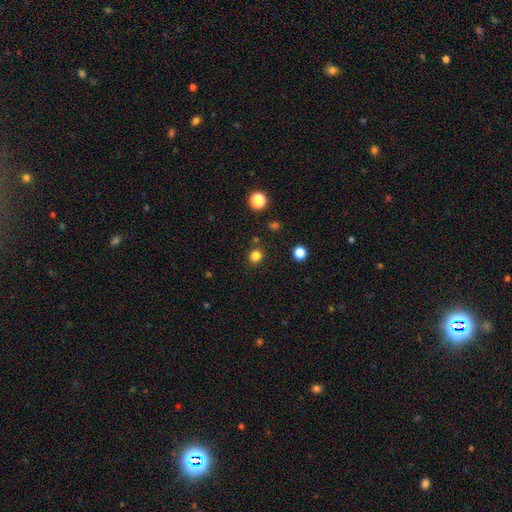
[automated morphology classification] This appears to be a smooth galaxy with no disk features (81%) that is round (91%). Merging: none (89%).